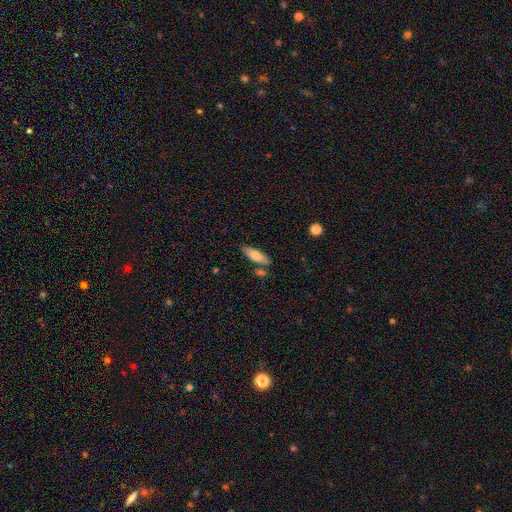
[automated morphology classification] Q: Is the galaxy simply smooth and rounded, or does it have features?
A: smooth — 77%.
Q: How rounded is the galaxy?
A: in between — 57%.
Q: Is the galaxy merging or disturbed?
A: none — 73%.